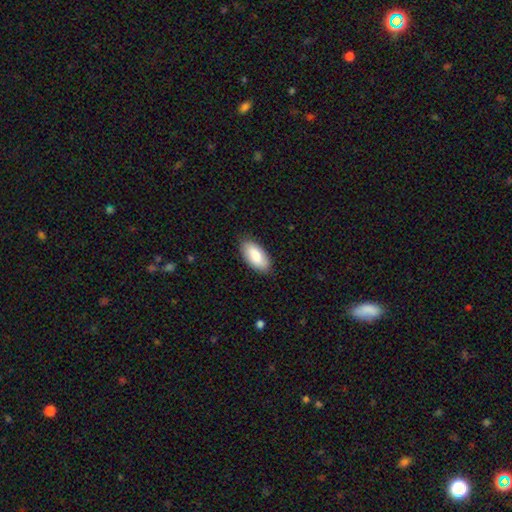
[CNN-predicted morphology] Overall: smooth (86%). How rounded: in between (93%). Merging: none (86%).